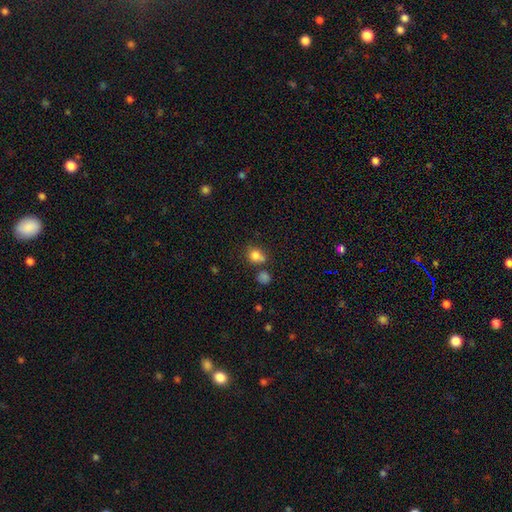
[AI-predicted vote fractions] Smooth or featured?
  - smooth: 80% *
  - star or artifact: 12%
  - featured or disk: 8%
How rounded?
  - round: 69% *
  - in between: 30%
  - cigar-shaped: 1%
Merging?
  - none: 53% *
  - merger: 26%
  - minor disturbance: 15%
  - major disturbance: 6%